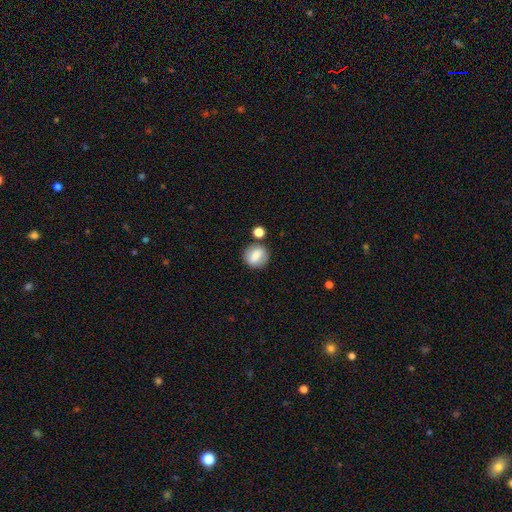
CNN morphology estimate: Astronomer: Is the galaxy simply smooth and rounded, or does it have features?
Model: smooth — 76%.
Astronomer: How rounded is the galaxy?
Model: round — 70%.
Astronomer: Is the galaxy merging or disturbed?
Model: none — 70%.